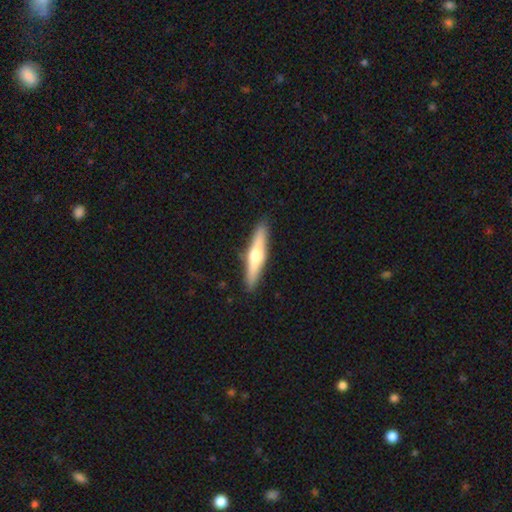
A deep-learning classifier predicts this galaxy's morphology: featured or disk 56%, smooth 39%, star or artifact 5%. Down the decision tree: edge-on disk — yes (95%); edge-on bulge — rounded (91%); merging — none (90%).